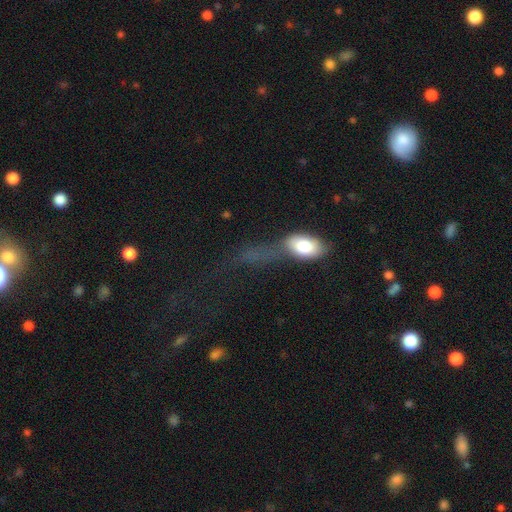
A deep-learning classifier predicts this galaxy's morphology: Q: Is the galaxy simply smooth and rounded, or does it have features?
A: smooth — 64%.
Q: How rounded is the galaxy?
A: in between — 71%.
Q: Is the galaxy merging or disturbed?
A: major disturbance — 55%.